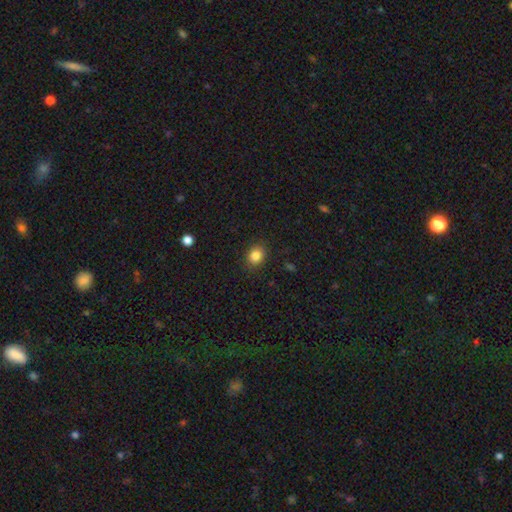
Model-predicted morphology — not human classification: Overall: smooth (84%). How rounded: round (59%; in between 40%). Merging: none (88%).